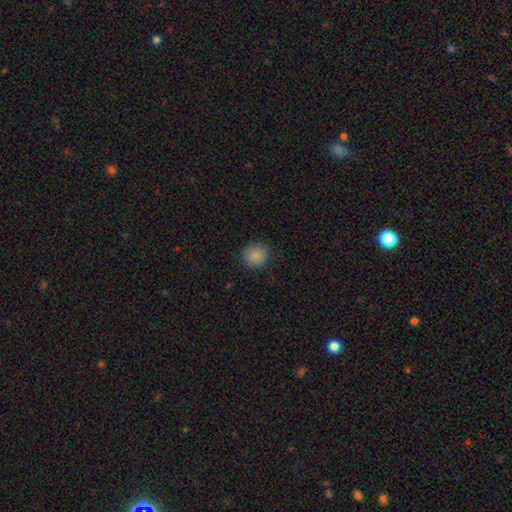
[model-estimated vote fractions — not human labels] Q: Smooth or featured?
A: smooth (86%); runner-up: star or artifact (9%)
Q: How rounded?
A: round (88%); runner-up: in between (11%)
Q: Merging?
A: none (86%); runner-up: minor disturbance (10%)